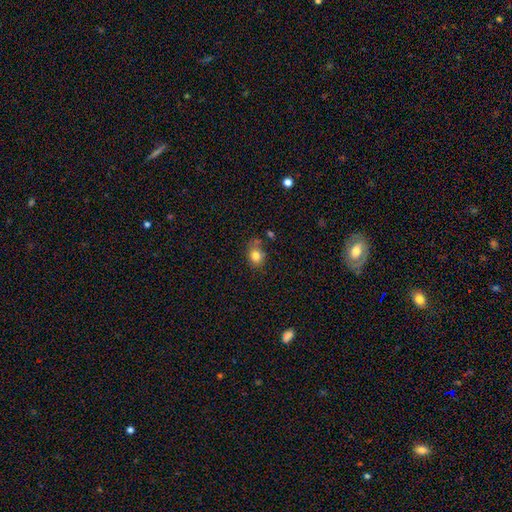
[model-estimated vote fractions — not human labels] Smooth or featured? smooth (81%)
How rounded? round (55%)
Merging? none (62%)